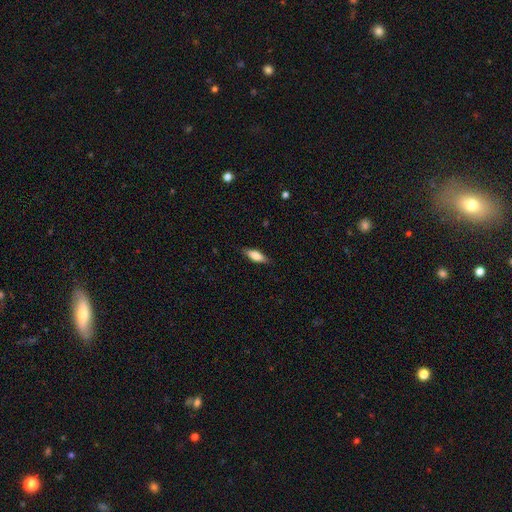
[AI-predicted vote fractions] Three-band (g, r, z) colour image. It shows a smooth galaxy with no disk features (72%) that is in between round and cigar-shaped (62%). Merging: none (84%).